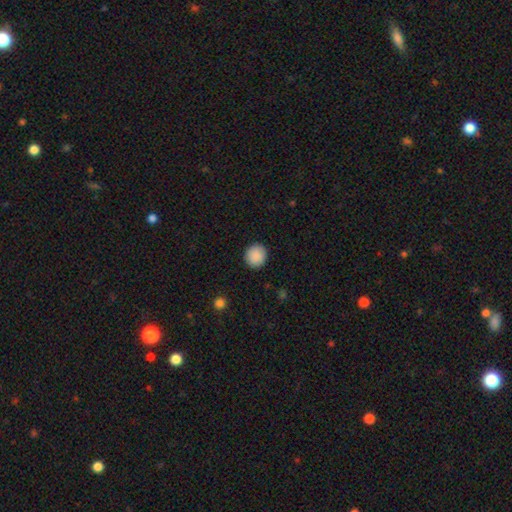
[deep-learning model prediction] This appears to be a smooth galaxy with no disk features (90%) that is round (89%). Merging: none (92%).